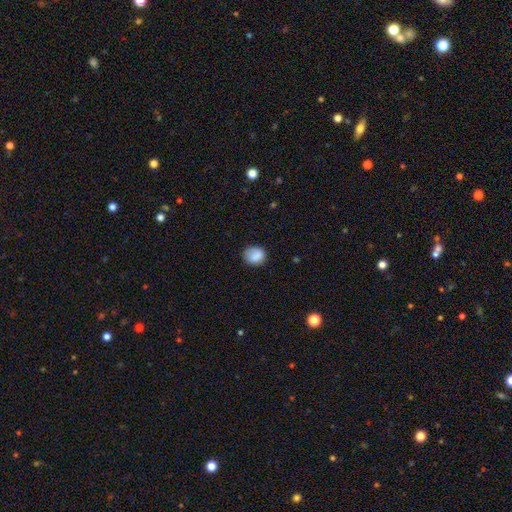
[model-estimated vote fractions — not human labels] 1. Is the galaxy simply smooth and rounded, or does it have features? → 85% smooth, 8% star or artifact, 6% featured or disk.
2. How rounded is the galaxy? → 66% round, 33% in between, 1% cigar-shaped.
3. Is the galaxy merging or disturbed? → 77% none, 17% minor disturbance, 4% major disturbance, 1% merger.